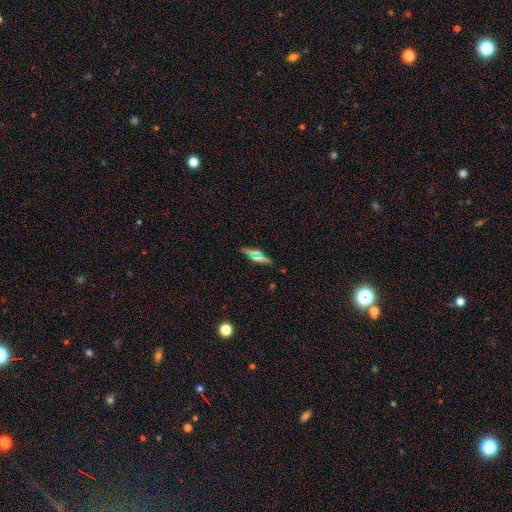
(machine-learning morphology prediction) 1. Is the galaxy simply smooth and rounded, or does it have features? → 61% smooth, 22% featured or disk, 17% star or artifact.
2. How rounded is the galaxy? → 65% cigar-shaped, 29% in between, 6% round.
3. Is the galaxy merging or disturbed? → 86% none, 9% minor disturbance, 2% major disturbance, 2% merger.